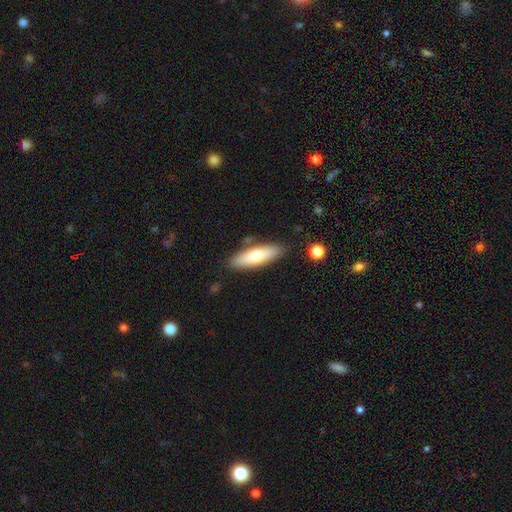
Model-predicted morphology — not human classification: Overall: smooth (71%). How rounded: cigar-shaped (56%; in between 42%). Merging: none (83%).